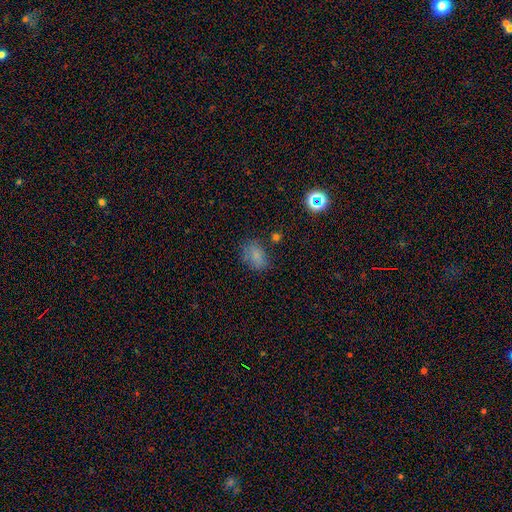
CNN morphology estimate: Q: Smooth or featured?
A: smooth (75%); runner-up: star or artifact (17%)
Q: How rounded?
A: in between (78%); runner-up: round (20%)
Q: Merging?
A: none (70%); runner-up: minor disturbance (19%)